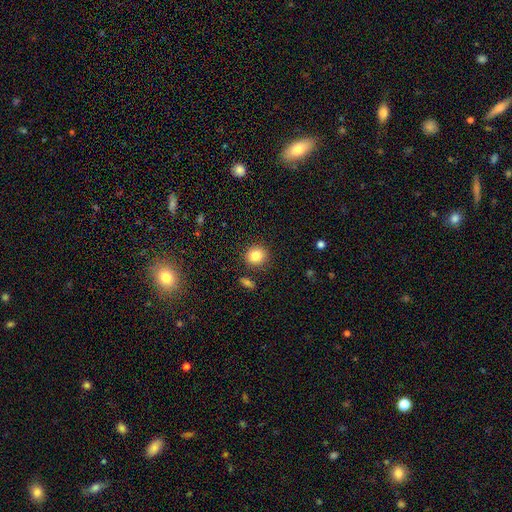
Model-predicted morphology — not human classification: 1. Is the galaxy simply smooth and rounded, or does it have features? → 84% smooth, 10% star or artifact, 6% featured or disk.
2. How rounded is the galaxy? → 86% round, 13% in between, 1% cigar-shaped.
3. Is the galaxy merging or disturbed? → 87% none, 7% minor disturbance, 3% merger, 2% major disturbance.